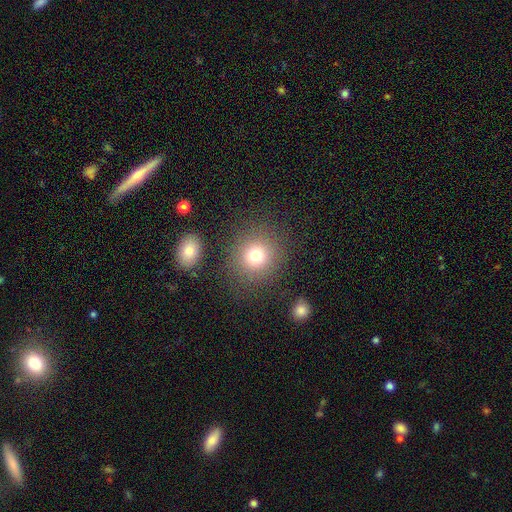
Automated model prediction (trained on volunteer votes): Smooth or featured? Predicted: smooth (p=0.76). How rounded? Predicted: round (p=0.88). Merging? Predicted: none (p=0.83).